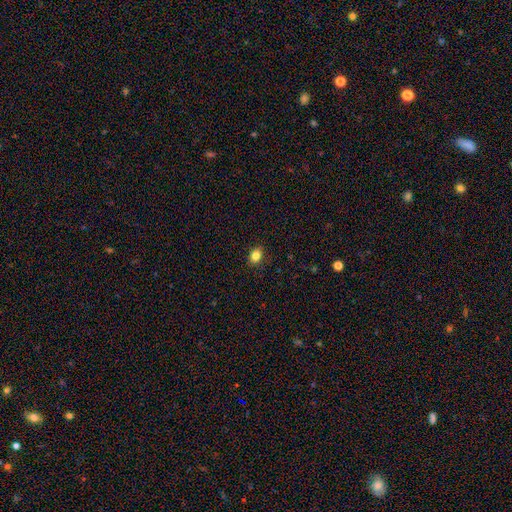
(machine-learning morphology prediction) smooth-or-featured: smooth: 83% | star or artifact: 11% | featured or disk: 6%
  how-rounded: in between: 62% | round: 36% | cigar-shaped: 1%
  merging: none: 89% | minor disturbance: 8% | major disturbance: 2% | merger: 1%